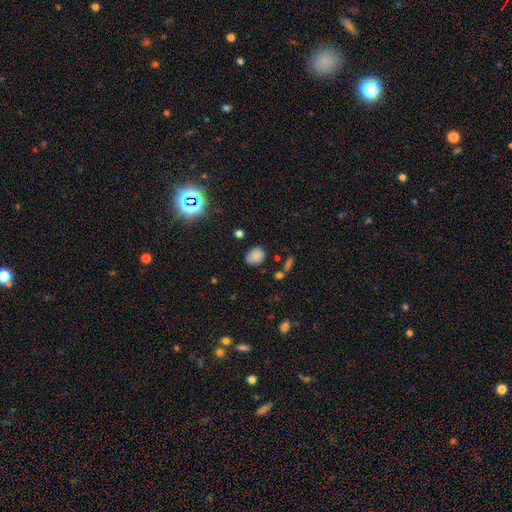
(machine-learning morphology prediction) smooth 80%, star or artifact 14%, featured or disk 6%. Down the decision tree: how rounded — in between (53%); merging — none (74%).